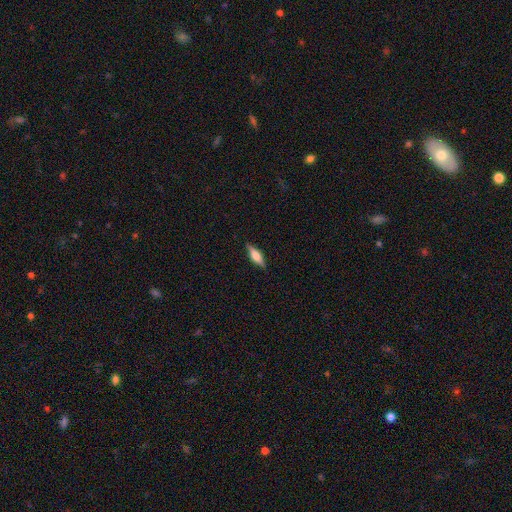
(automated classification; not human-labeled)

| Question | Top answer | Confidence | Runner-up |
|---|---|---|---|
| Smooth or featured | featured or disk | 48% | smooth (45%) |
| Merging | none | 87% | minor disturbance (10%) |